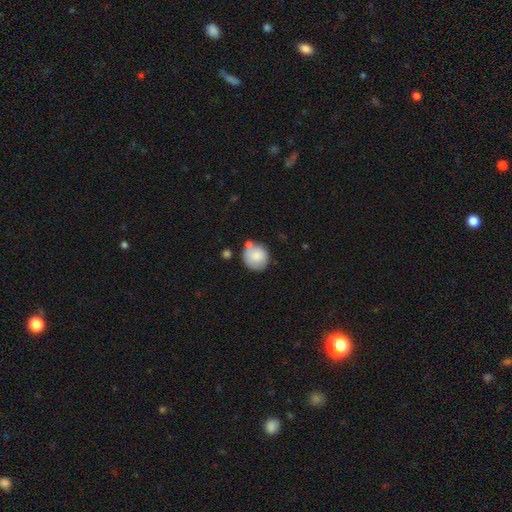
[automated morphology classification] smooth-or-featured: smooth: 84% | featured or disk: 9% | star or artifact: 7%
  how-rounded: round: 86% | in between: 13% | cigar-shaped: 1%
  merging: none: 64% | minor disturbance: 18% | merger: 13% | major disturbance: 5%